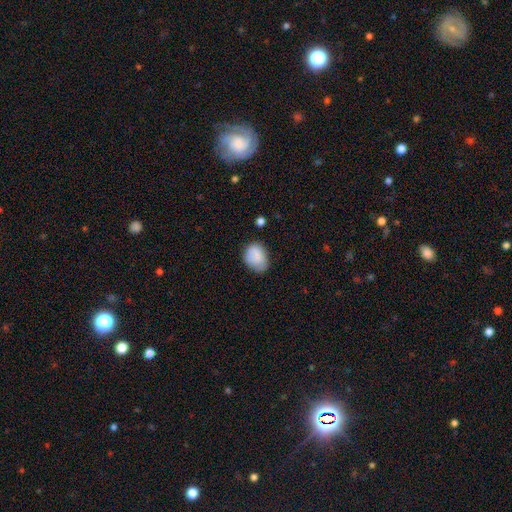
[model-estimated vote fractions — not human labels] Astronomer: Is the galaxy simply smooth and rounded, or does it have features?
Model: smooth — 82%.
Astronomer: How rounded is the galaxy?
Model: in between — 59% (runner-up: round, 40%).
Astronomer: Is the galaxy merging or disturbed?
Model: none — 62%.